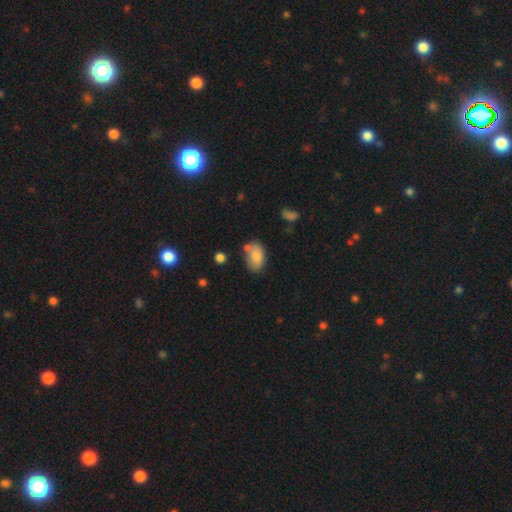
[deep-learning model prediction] Smooth or featured? smooth (82%)
How rounded? in between (88%)
Merging? none (58%)